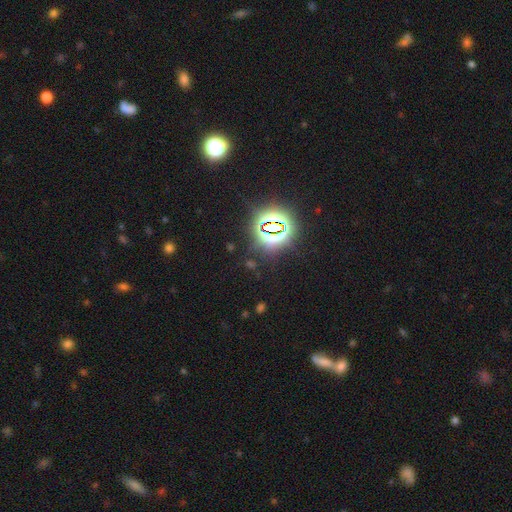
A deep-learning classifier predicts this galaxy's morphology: Q: Smooth or featured?
A: star or artifact (80%); runner-up: smooth (13%)